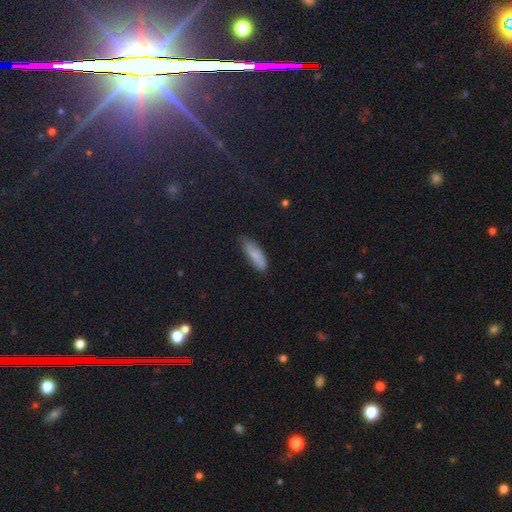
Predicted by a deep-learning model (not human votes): Smooth or featured? smooth (75%)
How rounded? in between (50%)
Merging? none (71%)